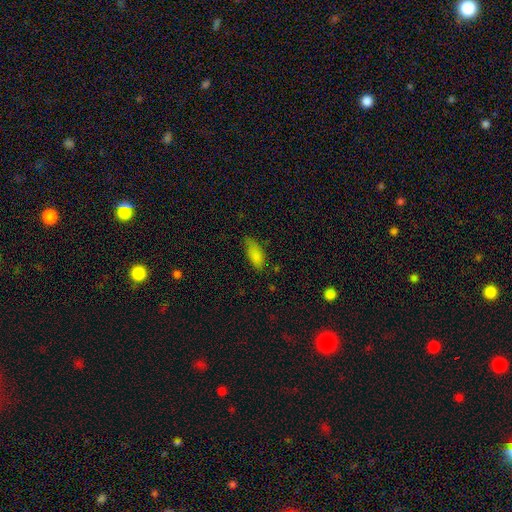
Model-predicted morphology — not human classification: smooth 83%, star or artifact 9%, featured or disk 7%. Down the decision tree: how rounded — in between (80%); merging — none (61%).